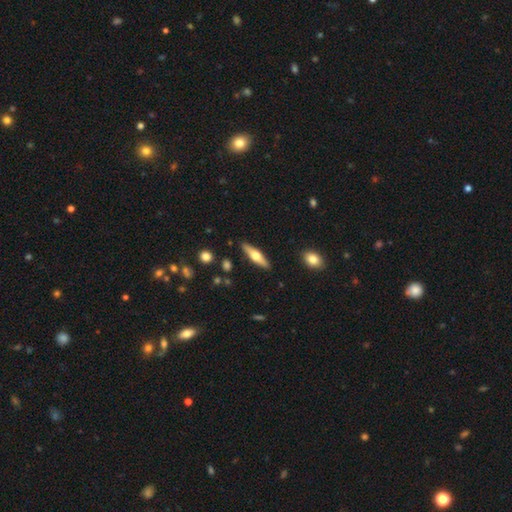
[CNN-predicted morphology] This is possibly a featured or disk galaxy (53%). It is clearly viewed edge-on (93%). Merging: clearly none (88%).